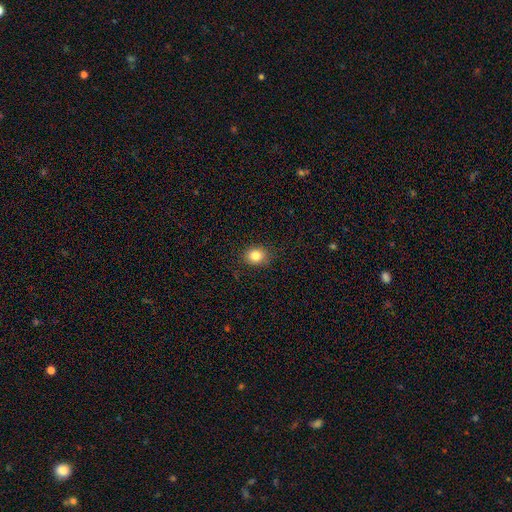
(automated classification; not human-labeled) smooth-or-featured: smooth: 83% | star or artifact: 11% | featured or disk: 6%
  how-rounded: round: 61% | in between: 38% | cigar-shaped: 1%
  merging: none: 87% | minor disturbance: 10% | major disturbance: 2% | merger: 1%